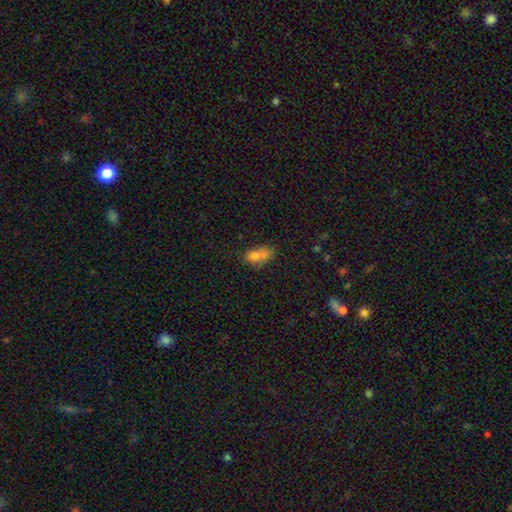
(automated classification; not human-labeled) Q: Smooth or featured?
A: smooth (72%); runner-up: featured or disk (16%)
Q: How rounded?
A: in between (77%); runner-up: round (18%)
Q: Merging?
A: none (36%); runner-up: minor disturbance (25%)